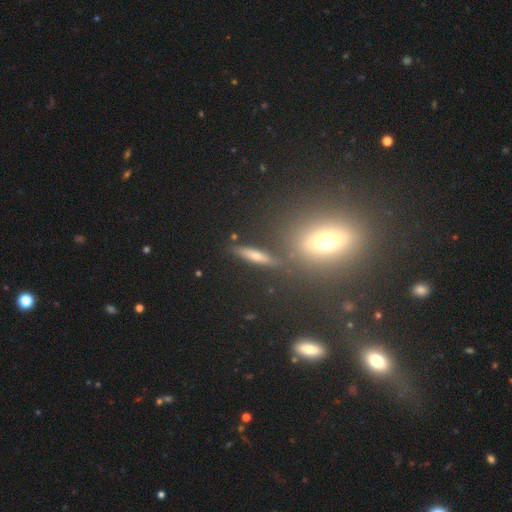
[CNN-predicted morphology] Smooth or featured?
  - smooth: 55% *
  - featured or disk: 30%
  - star or artifact: 15%
How rounded?
  - cigar-shaped: 71% *
  - in between: 21%
  - round: 8%
Merging?
  - none: 80% *
  - minor disturbance: 10%
  - merger: 5%
  - major disturbance: 4%